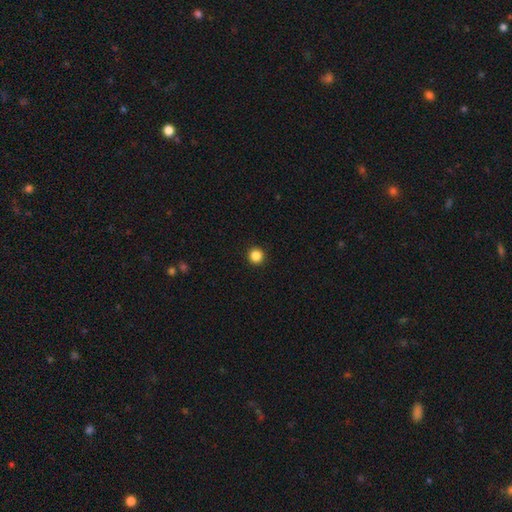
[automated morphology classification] This appears to be a smooth galaxy with no disk features (85%) that is round (96%). Merging: none (94%).